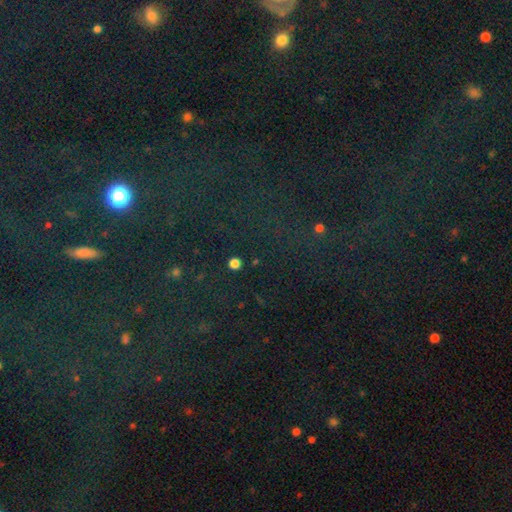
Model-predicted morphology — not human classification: star or artifact 73%, smooth 16%, featured or disk 10%.